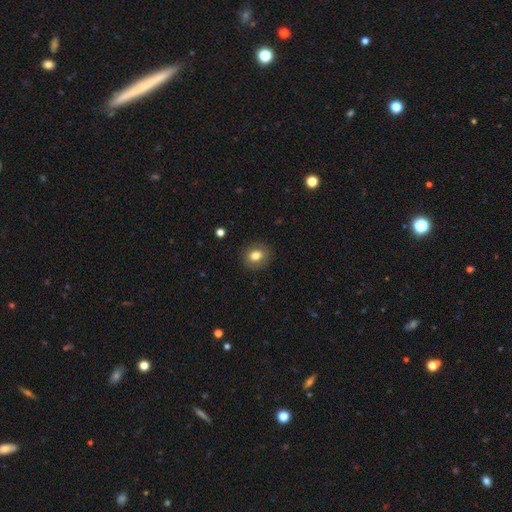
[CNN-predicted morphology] A smooth galaxy with no disk features (80%) that is round (67%).

Vote fractions:
- Smooth or featured? smooth: 80% / featured or disk: 10% / star or artifact: 10%
- How rounded? round: 67% / in between: 32% / cigar-shaped: 1%
- Merging? none: 88% / minor disturbance: 8% / major disturbance: 3% / merger: 1%